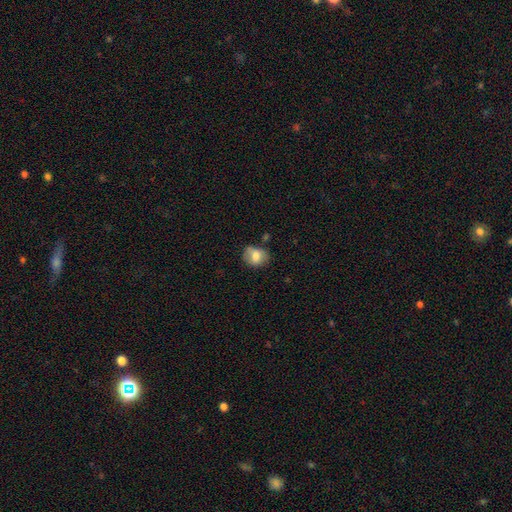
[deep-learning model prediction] smooth-or-featured: smooth: 72% | featured or disk: 19% | star or artifact: 9%
  how-rounded: round: 53% | in between: 46% | cigar-shaped: 1%
  merging: none: 62% | minor disturbance: 25% | major disturbance: 7% | merger: 6%